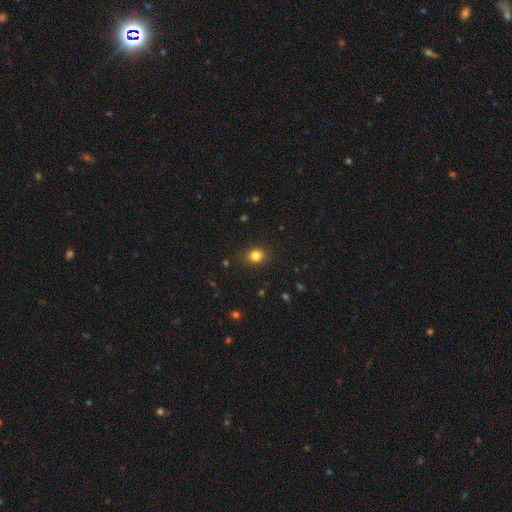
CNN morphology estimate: smooth_or_featured: smooth (p=0.82) [alt: star or artifact p=0.12]
how_rounded: round (p=0.69) [alt: in between p=0.30]
merging: none (p=0.87) [alt: minor disturbance p=0.09]